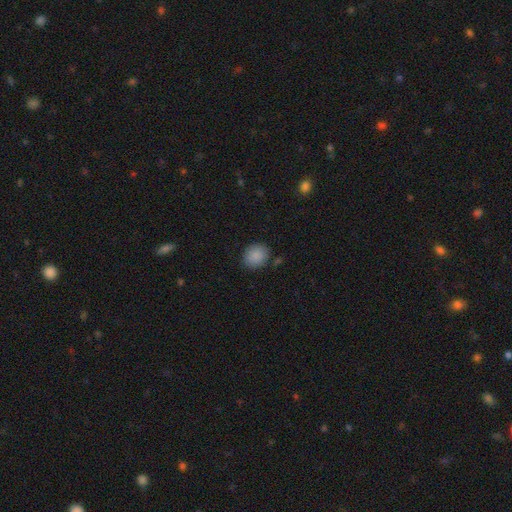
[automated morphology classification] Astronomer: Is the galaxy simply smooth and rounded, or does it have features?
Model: smooth — 88%.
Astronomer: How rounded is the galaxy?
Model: round — 64%.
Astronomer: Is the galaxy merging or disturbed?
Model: none — 83%.